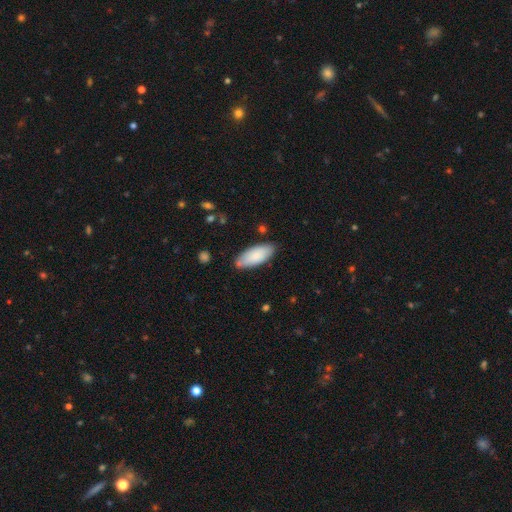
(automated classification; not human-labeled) Morphology: type=smooth (83%); roundness=in between (84%); merging=none (77%).